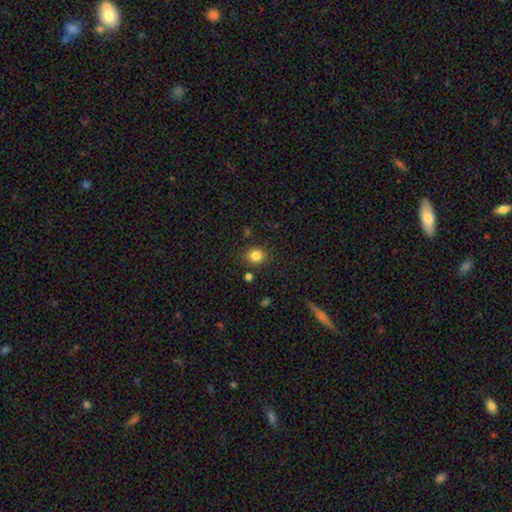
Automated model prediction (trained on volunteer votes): This is clearly a smooth galaxy (84%). How rounded: likely round (70%). Merging: clearly none (84%).